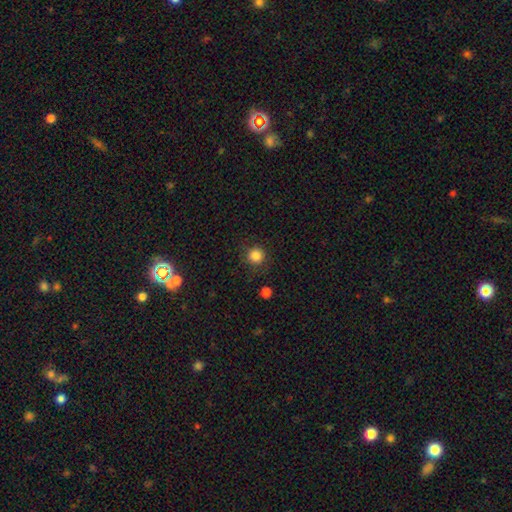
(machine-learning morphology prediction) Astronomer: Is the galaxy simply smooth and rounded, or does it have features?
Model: smooth — 85%.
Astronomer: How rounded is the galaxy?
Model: round — 93%.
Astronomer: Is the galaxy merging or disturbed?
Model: none — 85%.